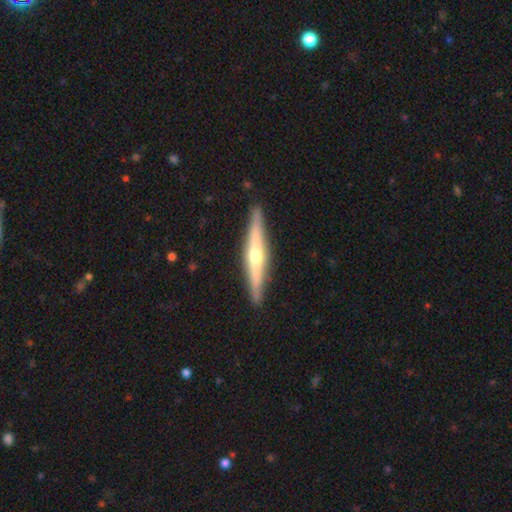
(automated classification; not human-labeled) Q: Smooth or featured?
A: featured or disk (73%); runner-up: smooth (22%)
Q: Edge-on disk?
A: yes (97%); runner-up: no (3%)
Q: Edge-on bulge?
A: rounded (89%); runner-up: none (7%)
Q: Merging?
A: none (91%); runner-up: minor disturbance (7%)